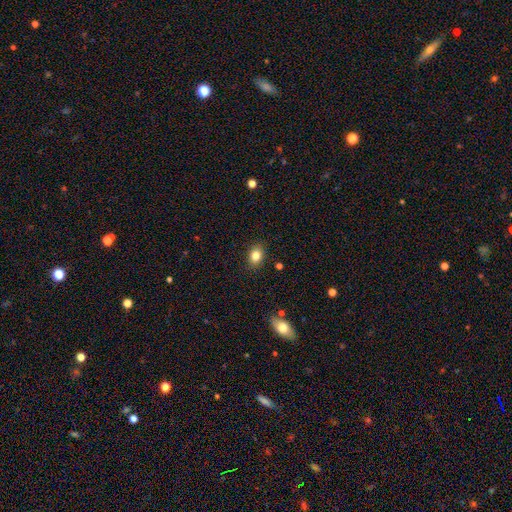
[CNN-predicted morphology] Smooth or featured: smooth — 82% (star or artifact — 10%)
How rounded: in between — 69% (round — 30%)
Merging: none — 87% (minor disturbance — 9%)